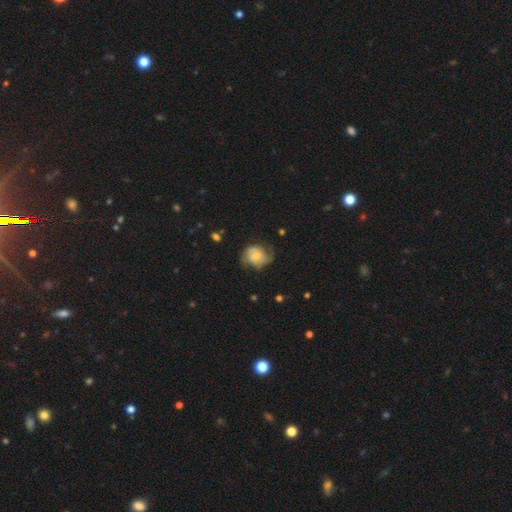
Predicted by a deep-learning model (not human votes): This appears to be a featured or disk galaxy (61%) with no bar (61%), 2 (58%) medium (42%) spiral arms (85%) and a small central bulge (50%). Merging: none (55%).